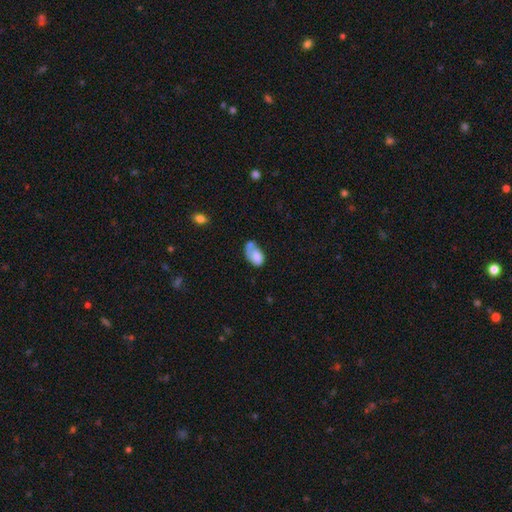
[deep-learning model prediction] This is likely a smooth galaxy (67%). How rounded: clearly in between (90%). Merging: marginally none (30%).